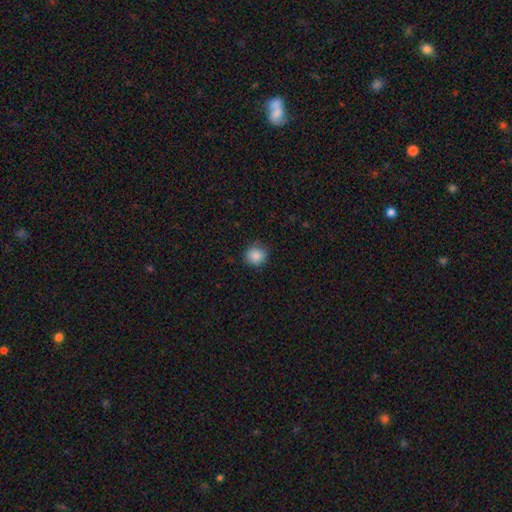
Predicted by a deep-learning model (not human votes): smooth 87%, star or artifact 10%, featured or disk 4%. Down the decision tree: how rounded — round (91%); merging — none (85%).